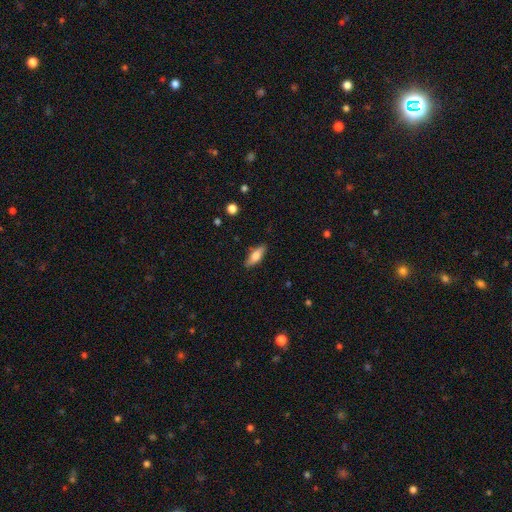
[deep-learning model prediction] smooth-or-featured: smooth: 72% | featured or disk: 21% | star or artifact: 7%
  how-rounded: in between: 64% | cigar-shaped: 34% | round: 3%
  merging: none: 85% | minor disturbance: 11% | major disturbance: 2% | merger: 1%